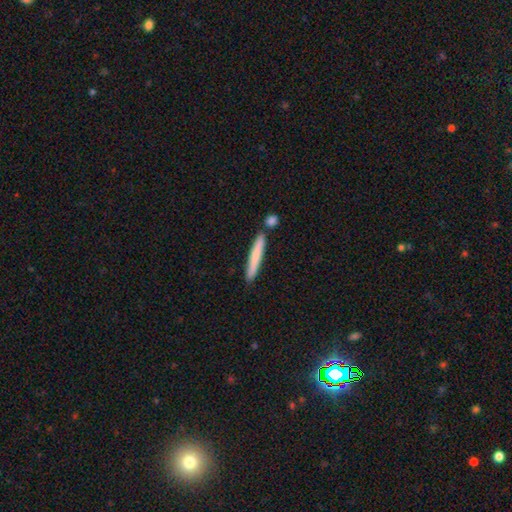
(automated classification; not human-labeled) Q: Smooth or featured?
A: smooth (72%); runner-up: featured or disk (23%)
Q: How rounded?
A: cigar-shaped (96%); runner-up: in between (3%)
Q: Merging?
A: none (81%); runner-up: minor disturbance (9%)